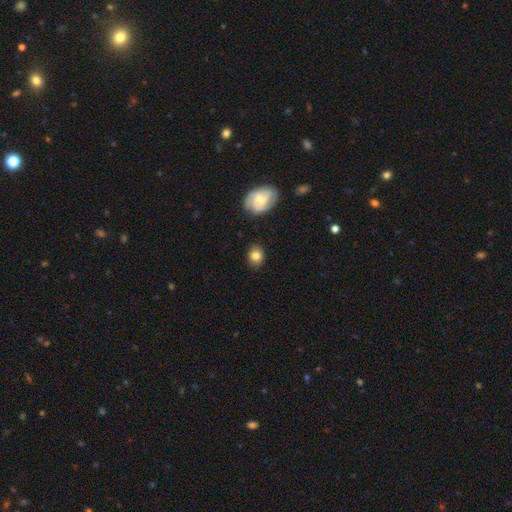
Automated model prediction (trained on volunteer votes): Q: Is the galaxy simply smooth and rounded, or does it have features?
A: smooth — 80%.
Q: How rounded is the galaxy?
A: round — 60%.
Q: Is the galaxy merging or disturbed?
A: none — 85%.